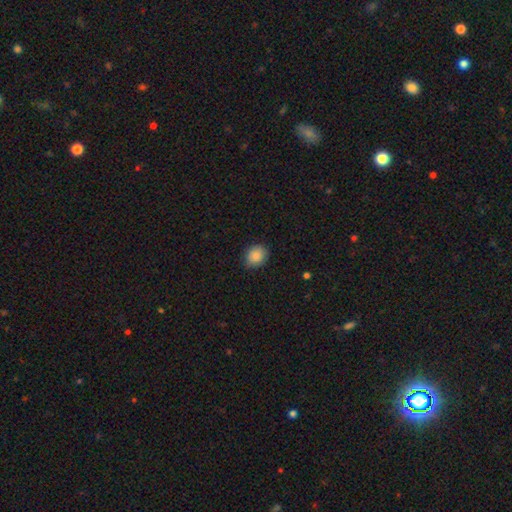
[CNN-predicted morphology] A smooth galaxy with no disk features (88%) that is round (60%).

Vote fractions:
- Smooth or featured? smooth: 88% / star or artifact: 8% / featured or disk: 4%
- How rounded? round: 60% / in between: 39% / cigar-shaped: 1%
- Merging? none: 86% / minor disturbance: 11% / major disturbance: 2% / merger: 1%